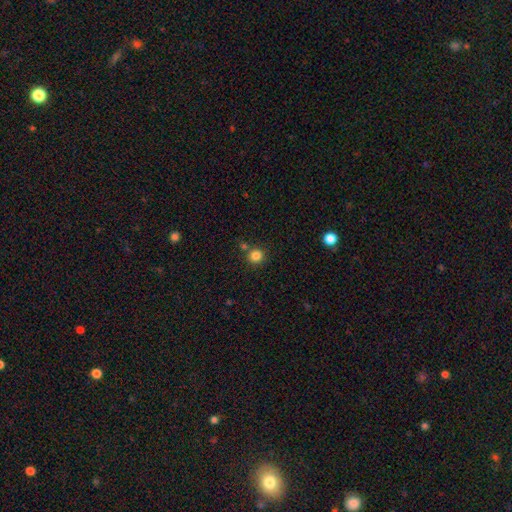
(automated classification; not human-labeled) A smooth galaxy with no disk features (83%) that is round (93%). Merging: none (80%).